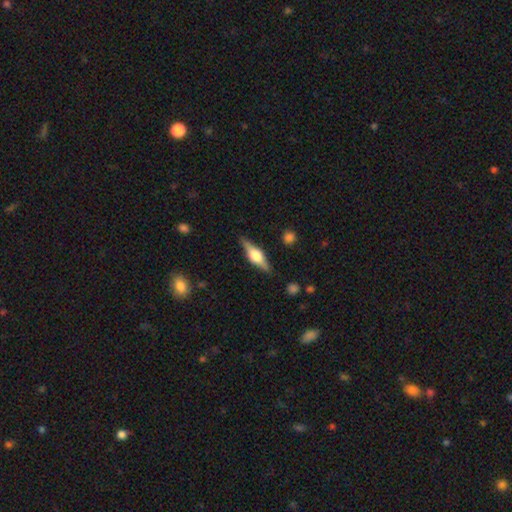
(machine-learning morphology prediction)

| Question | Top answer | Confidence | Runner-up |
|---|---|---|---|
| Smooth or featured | featured or disk | 68% | smooth (26%) |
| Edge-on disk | yes | 96% | no (4%) |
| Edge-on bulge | rounded | 90% | boxy (8%) |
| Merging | none | 87% | minor disturbance (10%) |